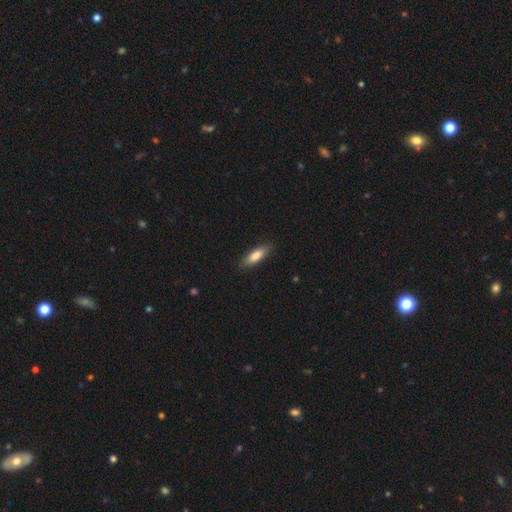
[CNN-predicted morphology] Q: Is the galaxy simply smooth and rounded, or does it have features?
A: smooth — 79%.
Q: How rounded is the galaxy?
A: in between — 52%.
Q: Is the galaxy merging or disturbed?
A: none — 86%.